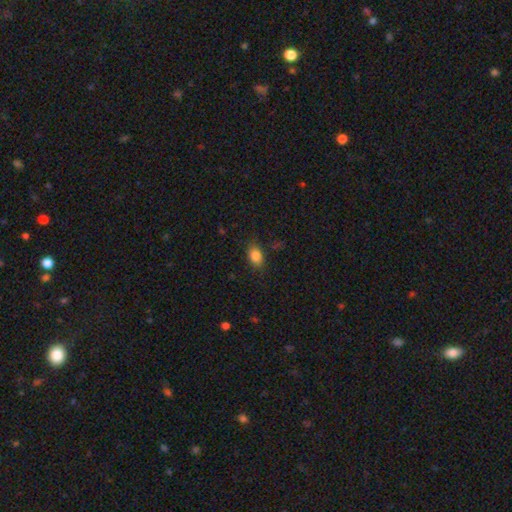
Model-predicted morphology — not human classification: Q: Smooth or featured?
A: smooth (84%); runner-up: star or artifact (9%)
Q: How rounded?
A: in between (80%); runner-up: round (18%)
Q: Merging?
A: none (80%); runner-up: minor disturbance (15%)